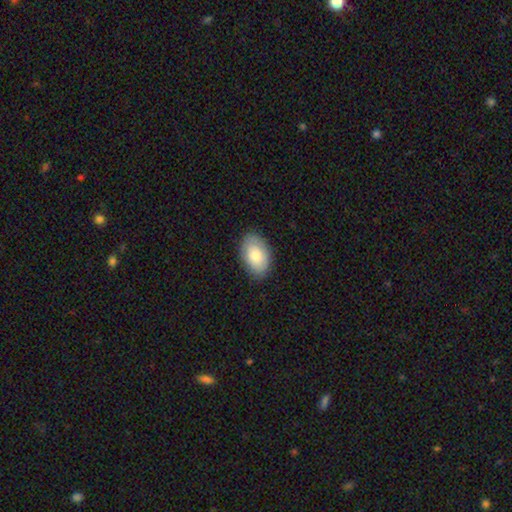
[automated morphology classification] Smooth or featured: smooth — 79% (featured or disk — 15%)
How rounded: in between — 92% (round — 7%)
Merging: none — 84% (minor disturbance — 13%)